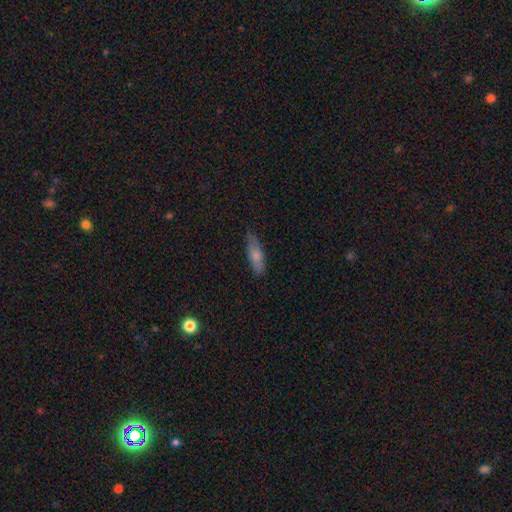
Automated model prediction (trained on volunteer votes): Smooth or featured: smooth — 72% (featured or disk — 22%)
How rounded: cigar-shaped — 52% (in between — 45%)
Merging: none — 75% (minor disturbance — 20%)